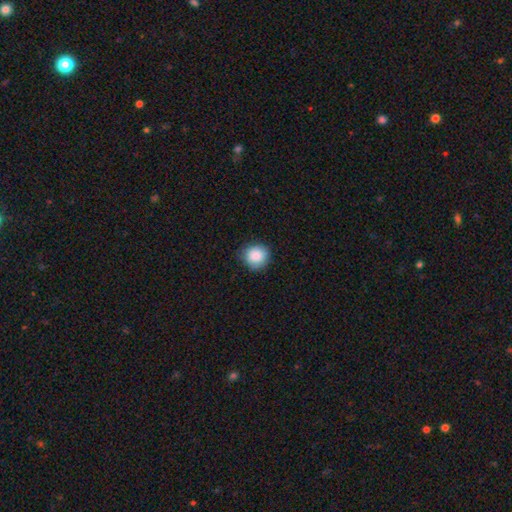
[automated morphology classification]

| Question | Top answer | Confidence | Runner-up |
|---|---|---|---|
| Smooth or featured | smooth | 88% | star or artifact (8%) |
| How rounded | round | 89% | in between (10%) |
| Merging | none | 82% | minor disturbance (15%) |